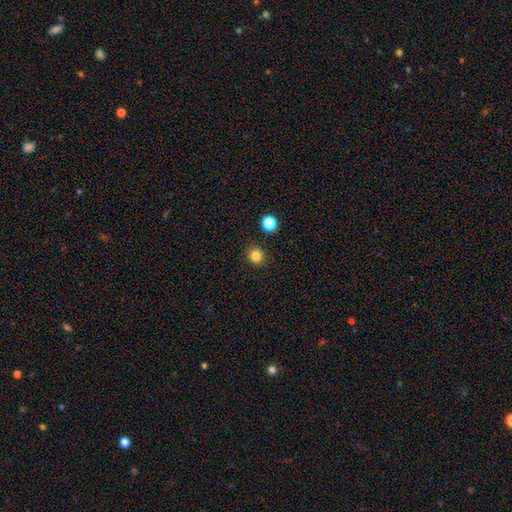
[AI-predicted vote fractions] Morphology: type=smooth (83%); roundness=round (84%); merging=none (89%).